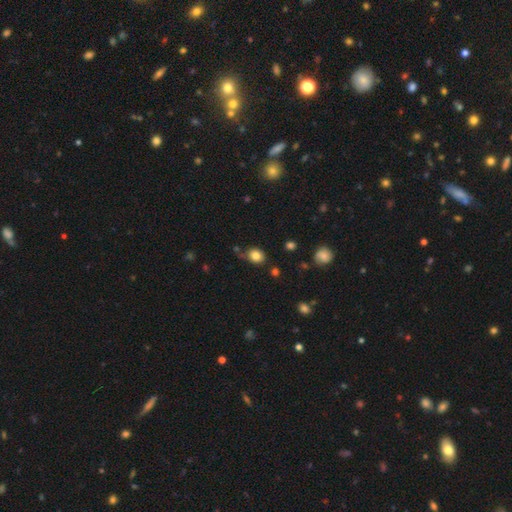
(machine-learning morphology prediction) This is clearly a smooth galaxy (82%). How rounded: possibly round (56%). Merging: likely none (73%).